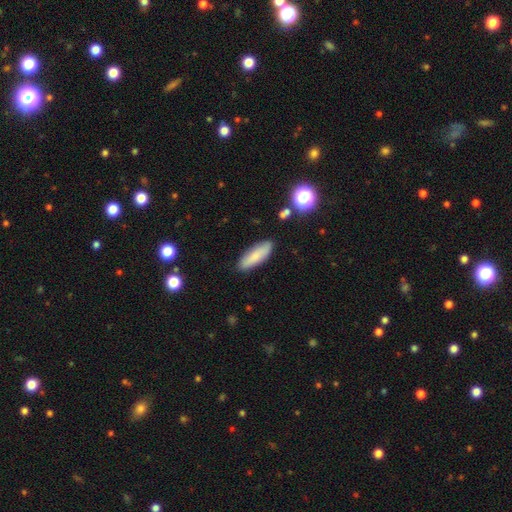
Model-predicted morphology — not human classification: A smooth galaxy with no disk features (80%) that is in between round and cigar-shaped (52%). Merging: none (87%).